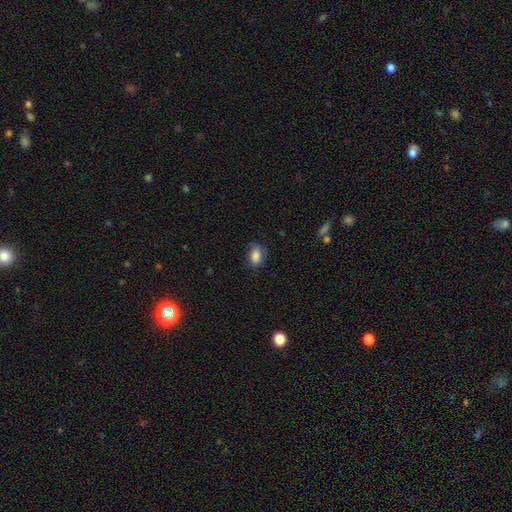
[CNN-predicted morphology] Q: Smooth or featured?
A: smooth (86%); runner-up: star or artifact (8%)
Q: How rounded?
A: in between (84%); runner-up: round (14%)
Q: Merging?
A: none (75%); runner-up: minor disturbance (19%)